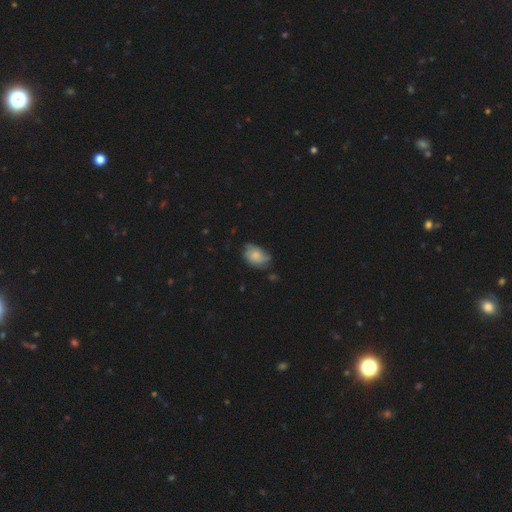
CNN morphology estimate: Overall: smooth (61%; featured or disk 31%). How rounded: in between (78%). Merging: none (51%; minor disturbance 34%).